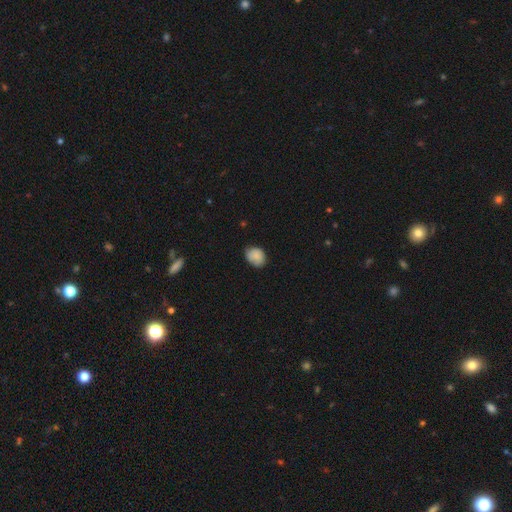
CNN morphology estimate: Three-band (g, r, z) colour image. It shows a smooth galaxy with no disk features (81%) that is in between round and cigar-shaped (51%). Merging: none (71%).